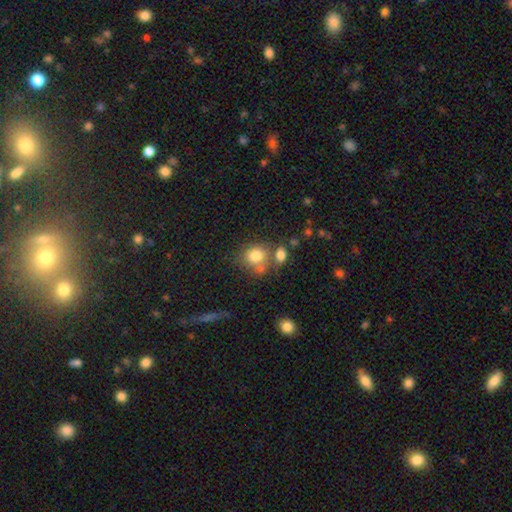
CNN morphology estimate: Smooth or featured?
  - smooth: 79% *
  - featured or disk: 11%
  - star or artifact: 10%
How rounded?
  - round: 66% *
  - in between: 33%
  - cigar-shaped: 1%
Merging?
  - none: 50% *
  - merger: 28%
  - minor disturbance: 15%
  - major disturbance: 7%